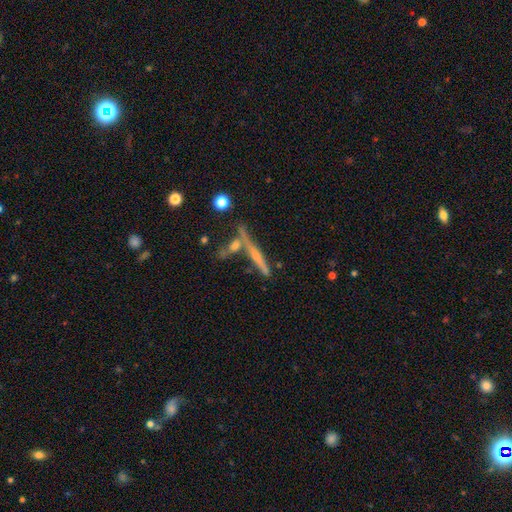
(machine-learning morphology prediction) type=featured or disk (58%); edge-on=yes (94%); edge-on bulge=none (57%); merging=none (67%).